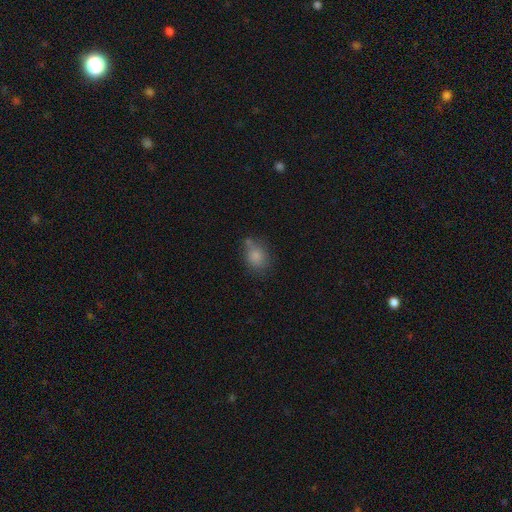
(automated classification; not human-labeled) smooth-or-featured: smooth: 82% | star or artifact: 10% | featured or disk: 8%
  how-rounded: in between: 61% | round: 37% | cigar-shaped: 1%
  merging: none: 63% | minor disturbance: 20% | merger: 11% | major disturbance: 6%